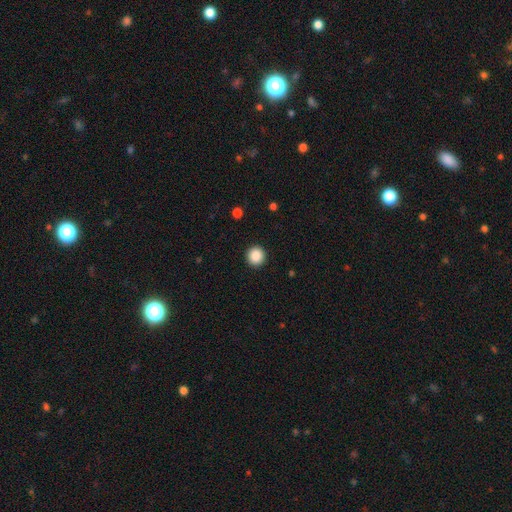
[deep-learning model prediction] smooth_or_featured: smooth (p=0.88) [alt: star or artifact p=0.09]
how_rounded: round (p=0.95) [alt: in between p=0.04]
merging: none (p=0.93) [alt: minor disturbance p=0.04]